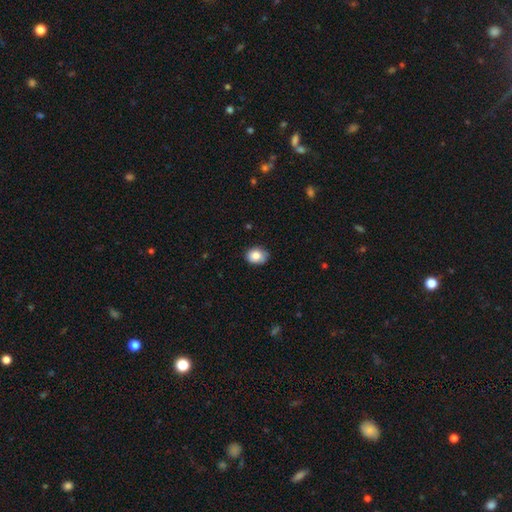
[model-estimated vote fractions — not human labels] A smooth galaxy with no disk features (84%) that is in between round and cigar-shaped (55%). Merging: none (77%).